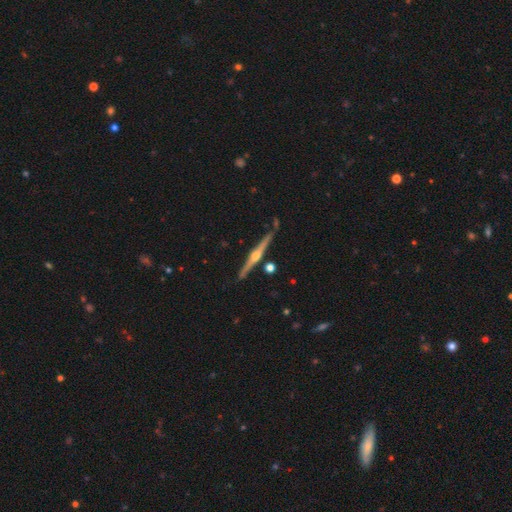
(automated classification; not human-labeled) Smooth or featured: featured or disk — 82% (smooth — 12%)
Edge-on disk: yes — 98% (no — 2%)
Edge-on bulge: rounded — 92% (boxy — 4%)
Merging: none — 85% (minor disturbance — 9%)